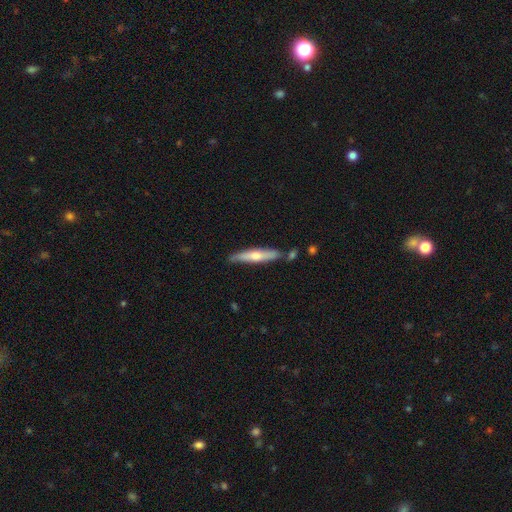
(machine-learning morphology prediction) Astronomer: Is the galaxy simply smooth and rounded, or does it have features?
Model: smooth — 50% (runner-up: featured or disk, 45%).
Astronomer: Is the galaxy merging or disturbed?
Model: none — 78%.